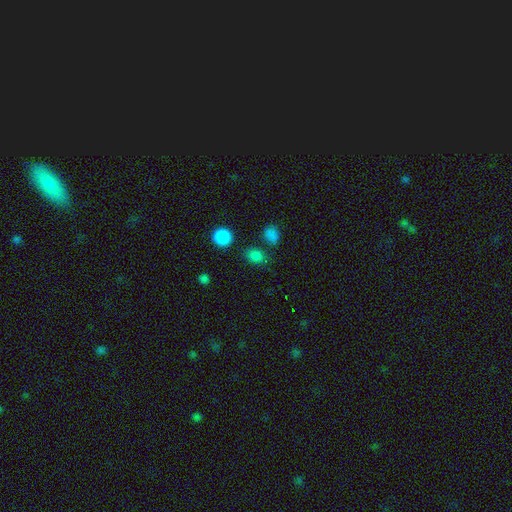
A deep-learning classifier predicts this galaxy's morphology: Smooth or featured? Predicted: smooth (p=0.80). How rounded? Predicted: in between (p=0.54). Merging? Predicted: none (p=0.76).